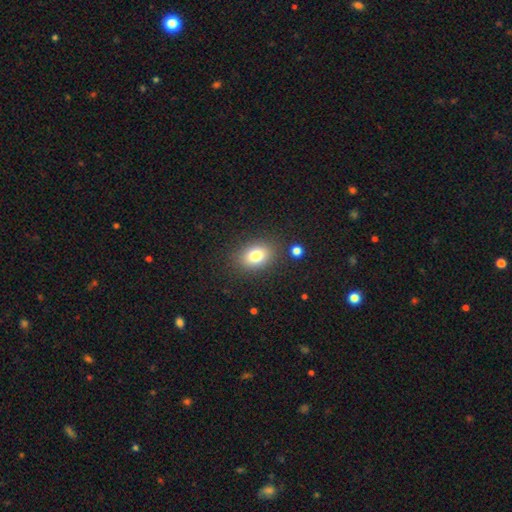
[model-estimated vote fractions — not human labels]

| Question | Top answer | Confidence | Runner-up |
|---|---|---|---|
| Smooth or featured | smooth | 79% | star or artifact (11%) |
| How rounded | in between | 74% | round (25%) |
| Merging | none | 84% | minor disturbance (10%) |